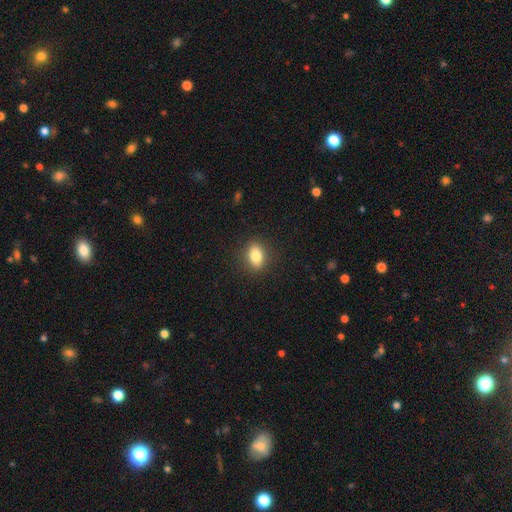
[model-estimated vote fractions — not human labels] Smooth or featured? Predicted: smooth (p=0.84). How rounded? Predicted: in between (p=0.79). Merging? Predicted: none (p=0.88).